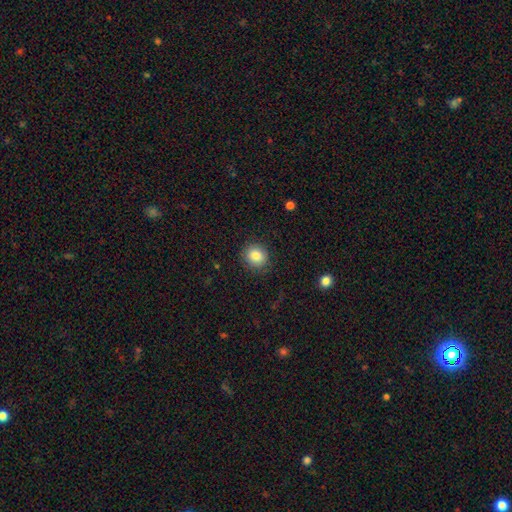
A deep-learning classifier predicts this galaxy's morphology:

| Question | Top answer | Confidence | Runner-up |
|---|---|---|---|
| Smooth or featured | smooth | 84% | star or artifact (9%) |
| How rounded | round | 85% | in between (14%) |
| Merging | none | 87% | minor disturbance (9%) |